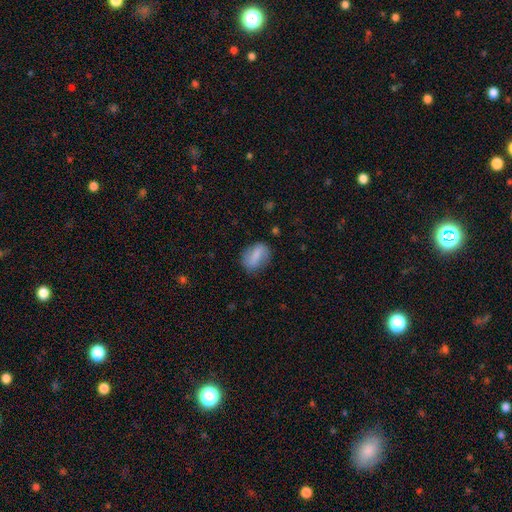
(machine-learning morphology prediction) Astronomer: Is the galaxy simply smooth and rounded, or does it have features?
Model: smooth — 72%.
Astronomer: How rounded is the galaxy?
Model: in between — 78%.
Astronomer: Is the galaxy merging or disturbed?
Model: none — 75%.